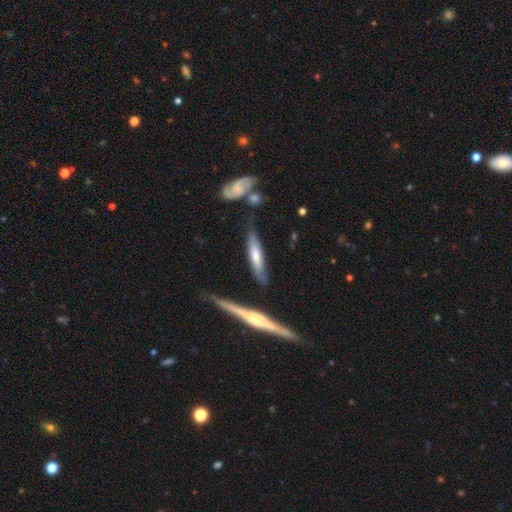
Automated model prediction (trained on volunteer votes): Smooth or featured?
  - featured or disk: 58% *
  - smooth: 35%
  - star or artifact: 7%
Edge-on disk?
  - yes: 88% *
  - no: 12%
Edge-on bulge?
  - rounded: 66% *
  - none: 19%
  - boxy: 15%
Merging?
  - none: 72% *
  - minor disturbance: 18%
  - merger: 6%
  - major disturbance: 5%